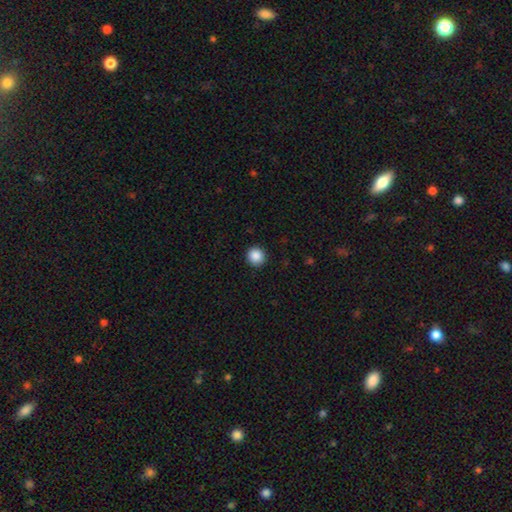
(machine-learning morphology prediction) smooth 88%, star or artifact 9%, featured or disk 3%. Down the decision tree: how rounded — round (92%); merging — none (92%).